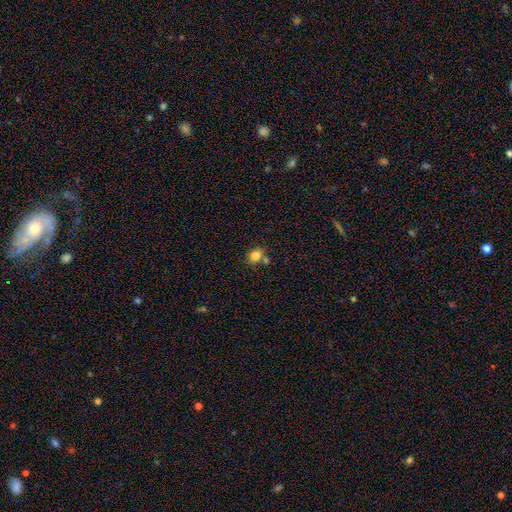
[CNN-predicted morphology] type=smooth (82%); roundness=in between (63%); merging=none (62%).